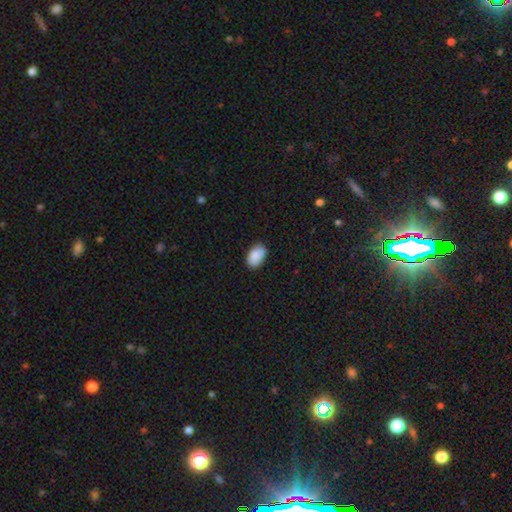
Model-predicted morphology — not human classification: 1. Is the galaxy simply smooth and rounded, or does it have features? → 85% smooth, 8% featured or disk, 7% star or artifact.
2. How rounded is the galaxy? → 88% in between, 11% round, 1% cigar-shaped.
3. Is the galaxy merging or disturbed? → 72% none, 20% minor disturbance, 4% merger, 3% major disturbance.